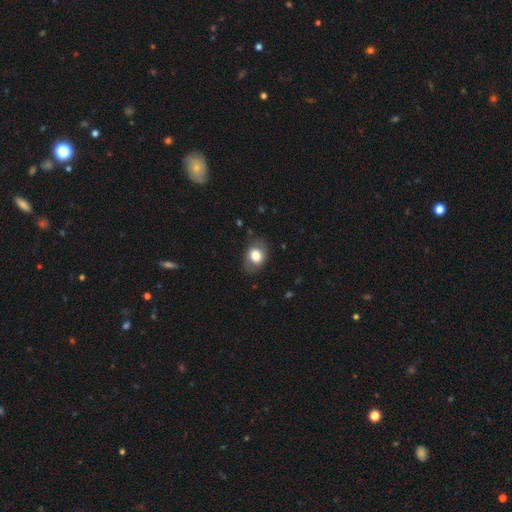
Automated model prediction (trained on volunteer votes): This appears to be a smooth galaxy with no disk features (75%) that is in between round and cigar-shaped (67%). Merging: none (78%).